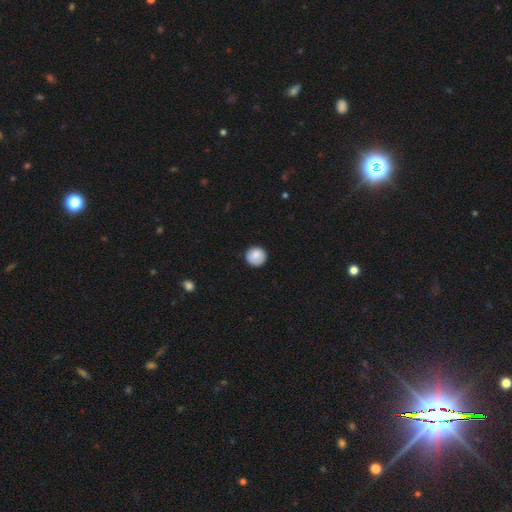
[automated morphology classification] smooth_or_featured: smooth (p=0.87) [alt: star or artifact p=0.08]
how_rounded: round (p=0.94) [alt: in between p=0.05]
merging: none (p=0.88) [alt: minor disturbance p=0.09]